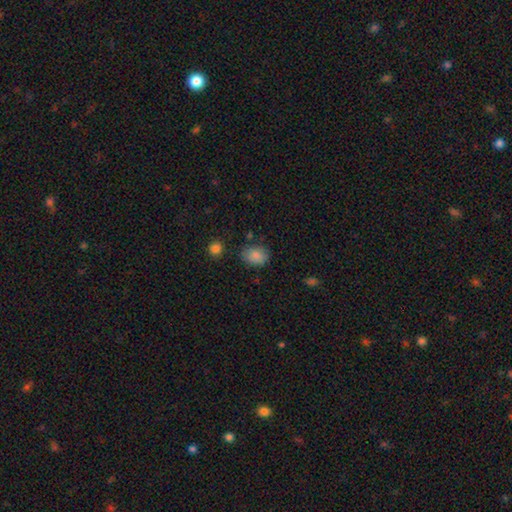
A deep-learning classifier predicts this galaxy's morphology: This appears to be a smooth galaxy with no disk features (86%) that is in between round and cigar-shaped (70%). Merging: none (76%).